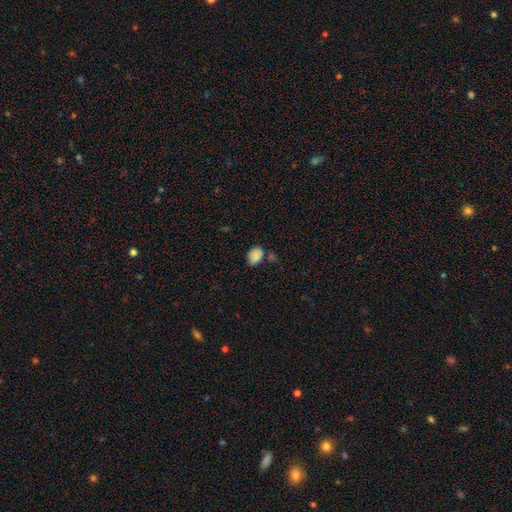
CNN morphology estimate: Q: Smooth or featured?
A: smooth (85%); runner-up: star or artifact (9%)
Q: How rounded?
A: in between (73%); runner-up: round (25%)
Q: Merging?
A: none (54%); runner-up: minor disturbance (27%)